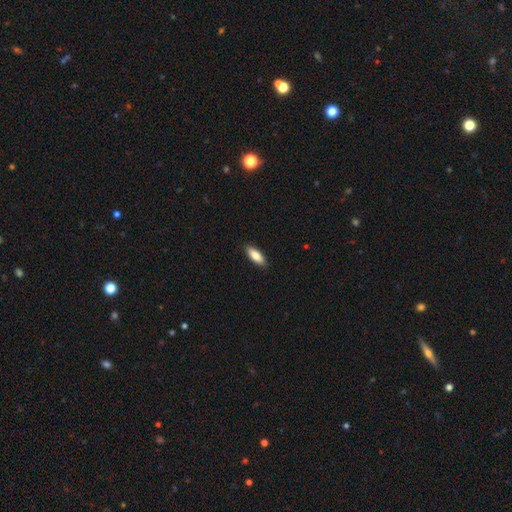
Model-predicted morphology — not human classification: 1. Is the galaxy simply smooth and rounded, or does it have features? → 83% smooth, 11% featured or disk, 6% star or artifact.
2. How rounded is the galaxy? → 64% in between, 35% cigar-shaped, 2% round.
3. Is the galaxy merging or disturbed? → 90% none, 8% minor disturbance, 2% major disturbance, 1% merger.